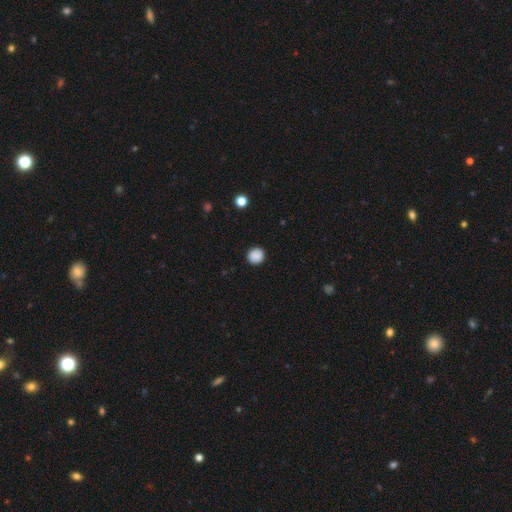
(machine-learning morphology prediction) This appears to be a smooth galaxy with no disk features (88%) that is round (93%). Merging: none (92%).